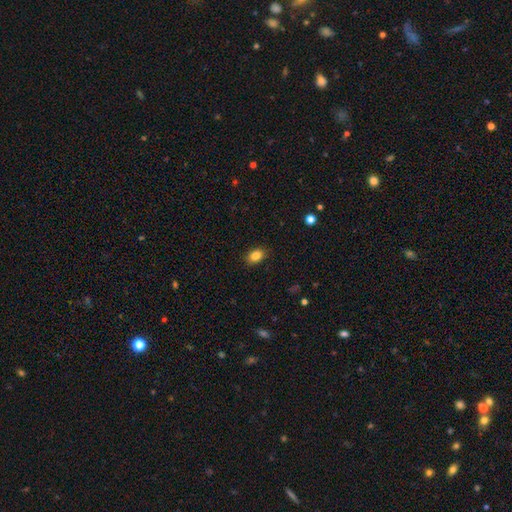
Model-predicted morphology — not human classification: Smooth or featured?
  - smooth: 85% *
  - star or artifact: 9%
  - featured or disk: 6%
How rounded?
  - in between: 81% *
  - round: 18%
  - cigar-shaped: 1%
Merging?
  - none: 88% *
  - minor disturbance: 9%
  - major disturbance: 2%
  - merger: 1%